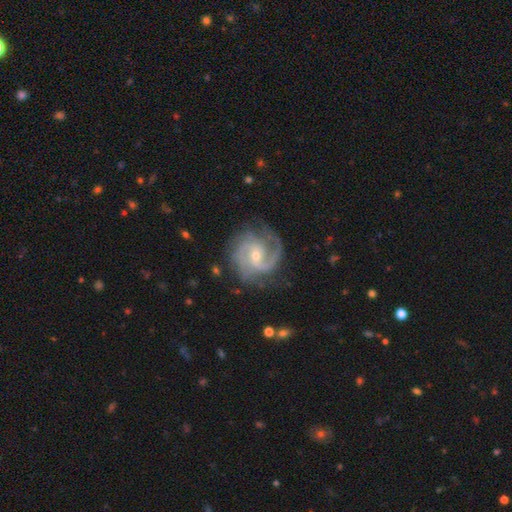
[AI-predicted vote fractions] smooth_or_featured: featured or disk (p=0.91) [alt: star or artifact p=0.05]
disk_edge_on: no (p=0.98) [alt: yes p=0.02]
bar: no (p=0.49) [alt: weak p=0.40]
has_spiral_arms: yes (p=0.98) [alt: no p=0.02]
spiral_winding: medium (p=0.48) [alt: tight p=0.40]
spiral_arm_count: 2 (p=0.53) [alt: 3 p=0.24]
bulge_size: small (p=0.61) [alt: moderate p=0.36]
merging: none (p=0.73) [alt: minor disturbance p=0.17]